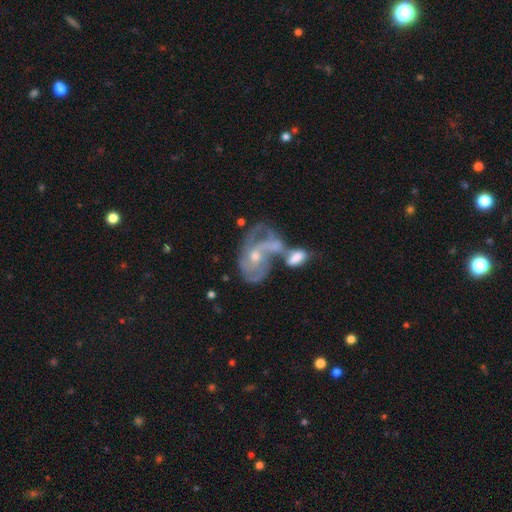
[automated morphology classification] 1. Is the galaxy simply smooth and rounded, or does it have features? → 84% featured or disk, 10% smooth, 7% star or artifact.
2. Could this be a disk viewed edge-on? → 97% no, 3% yes.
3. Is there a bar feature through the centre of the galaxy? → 64% no, 29% weak, 7% strong.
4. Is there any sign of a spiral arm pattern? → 91% yes, 9% no.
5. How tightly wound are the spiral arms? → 43% medium, 39% tight, 17% loose.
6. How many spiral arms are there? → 36% 2, 27% can't tell, 22% 3, 6% 4, 6% 1, 4% more than 4.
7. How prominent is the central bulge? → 51% moderate, 44% small, 2% large, 2% none, 1% dominant.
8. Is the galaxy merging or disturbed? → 45% merger, 26% none, 15% major disturbance, 14% minor disturbance.